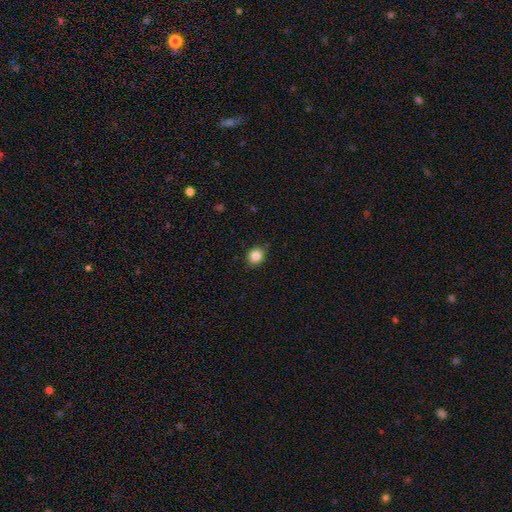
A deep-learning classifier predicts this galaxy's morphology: smooth 84%, star or artifact 10%, featured or disk 6%. Down the decision tree: how rounded — round (63%); merging — none (85%).